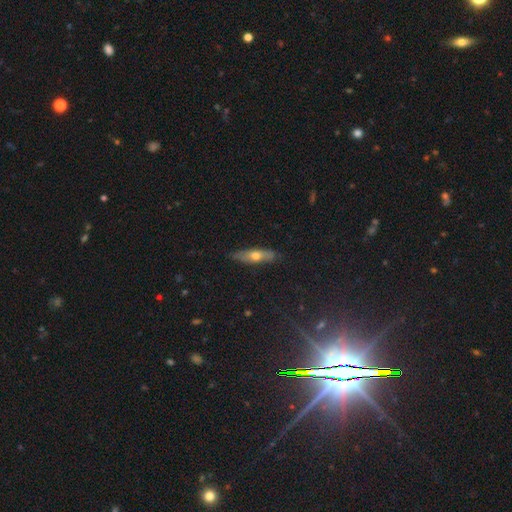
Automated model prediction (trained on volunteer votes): Smooth or featured: featured or disk — 45% (tied with smooth — 45%)
Merging: none — 85% (minor disturbance — 12%)